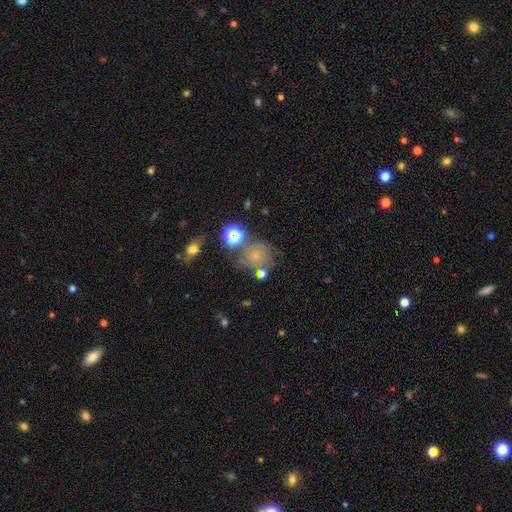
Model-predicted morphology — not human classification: This appears to be a smooth galaxy with no disk features (52%) that is round (83%). Merging: none (55%).